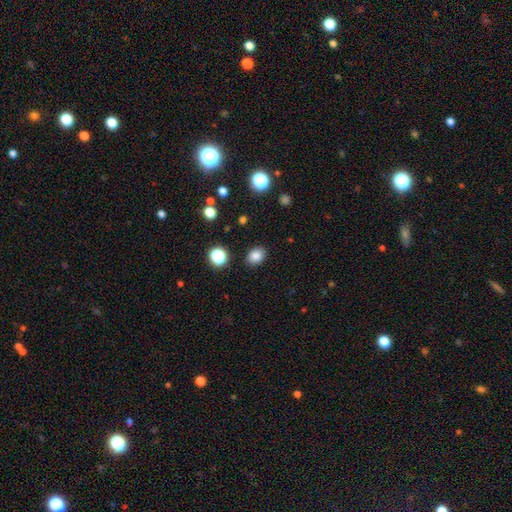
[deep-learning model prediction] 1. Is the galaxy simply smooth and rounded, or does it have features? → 83% smooth, 12% star or artifact, 5% featured or disk.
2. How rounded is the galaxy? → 61% in between, 38% round, 1% cigar-shaped.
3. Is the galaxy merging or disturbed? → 87% none, 9% minor disturbance, 3% major disturbance, 2% merger.